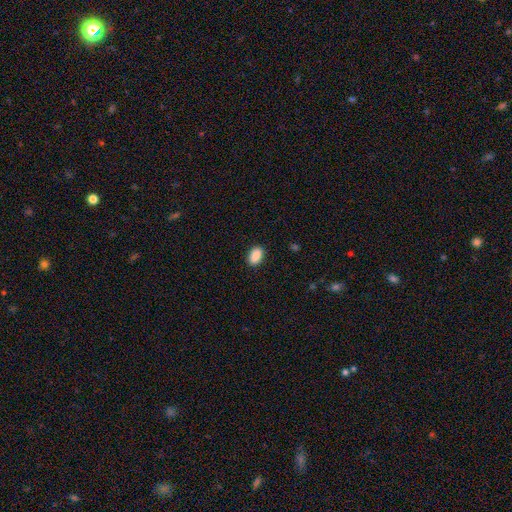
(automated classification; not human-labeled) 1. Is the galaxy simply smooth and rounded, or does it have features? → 90% smooth, 7% star or artifact, 3% featured or disk.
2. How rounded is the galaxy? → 92% in between, 7% round, 1% cigar-shaped.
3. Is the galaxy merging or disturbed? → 89% none, 8% minor disturbance, 2% major disturbance, 1% merger.